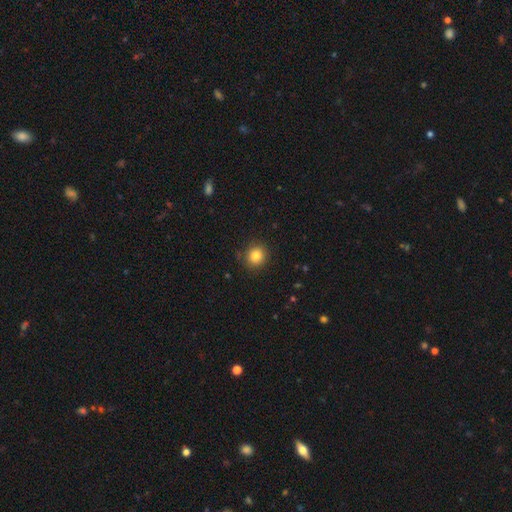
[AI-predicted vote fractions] This appears to be a smooth galaxy with no disk features (83%) that is round (89%). Merging: none (88%).